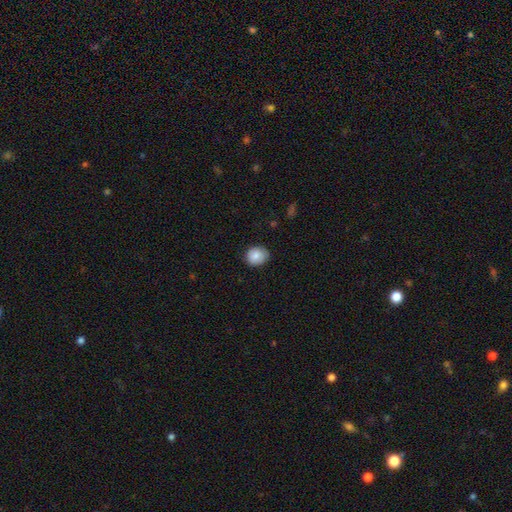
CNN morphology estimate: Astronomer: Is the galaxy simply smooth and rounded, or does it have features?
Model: smooth — 85%.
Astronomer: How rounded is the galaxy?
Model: round — 70%.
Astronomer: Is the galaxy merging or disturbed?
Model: none — 81%.